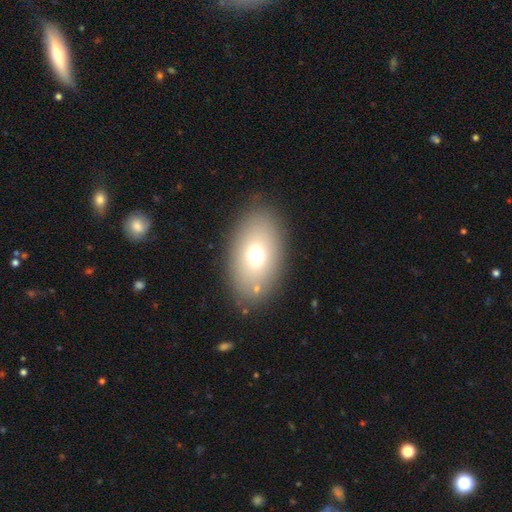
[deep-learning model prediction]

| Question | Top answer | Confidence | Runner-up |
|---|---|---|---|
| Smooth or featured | smooth | 70% | featured or disk (19%) |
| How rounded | in between | 87% | round (11%) |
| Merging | none | 84% | minor disturbance (10%) |